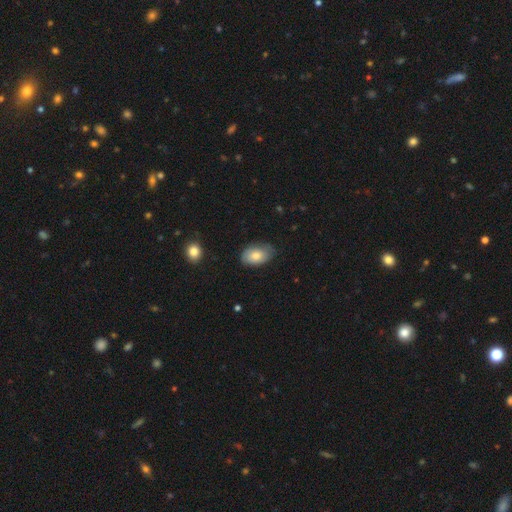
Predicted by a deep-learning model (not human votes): This appears to be a smooth galaxy with no disk features (76%) that is in between round and cigar-shaped (91%). Merging: none (71%).